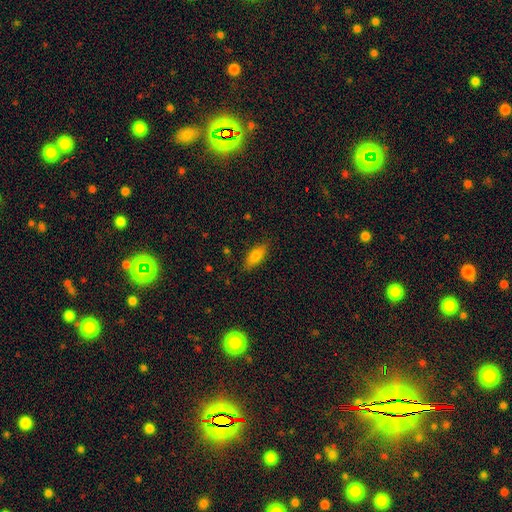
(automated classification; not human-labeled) Q: Smooth or featured?
A: smooth (79%); runner-up: featured or disk (13%)
Q: How rounded?
A: in between (75%); runner-up: cigar-shaped (22%)
Q: Merging?
A: none (84%); runner-up: minor disturbance (12%)